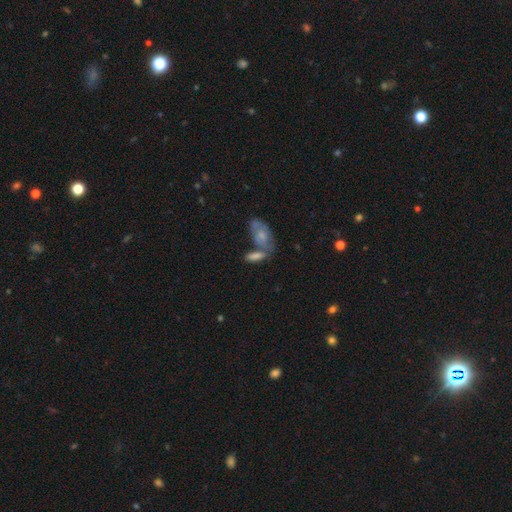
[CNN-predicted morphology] type=smooth (61%); roundness=in between (74%); merging=none (44%).